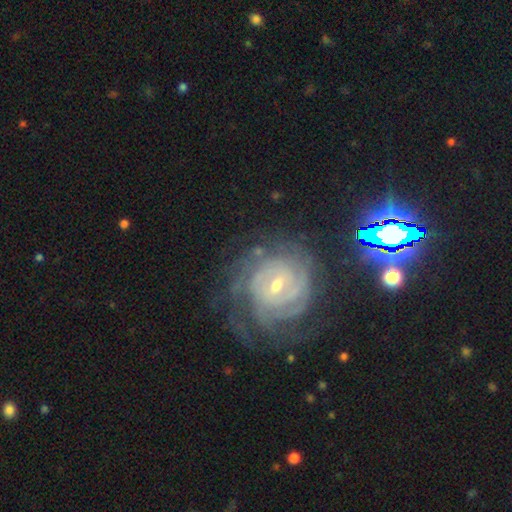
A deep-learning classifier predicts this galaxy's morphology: featured or disk 73%, star or artifact 18%, smooth 9%. Down the decision tree: edge-on disk — no (96%); bar — no (53%); spiral arms — yes (95%); spiral arm count — can't tell (38%); spiral winding — tight (76%); bulge size — small (75%); merging — none (72%).